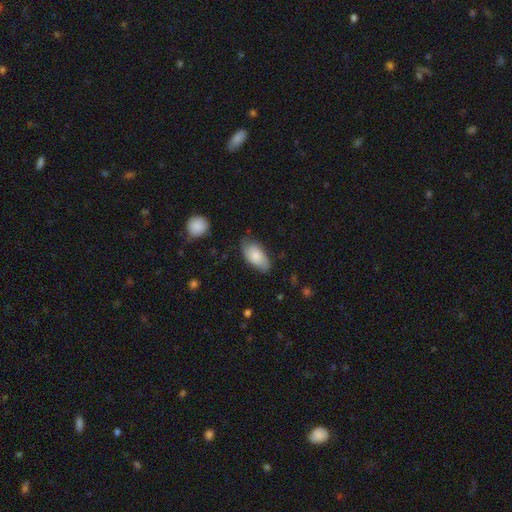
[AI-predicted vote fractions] Morphology: type=smooth (74%); roundness=in between (93%); merging=none (64%).